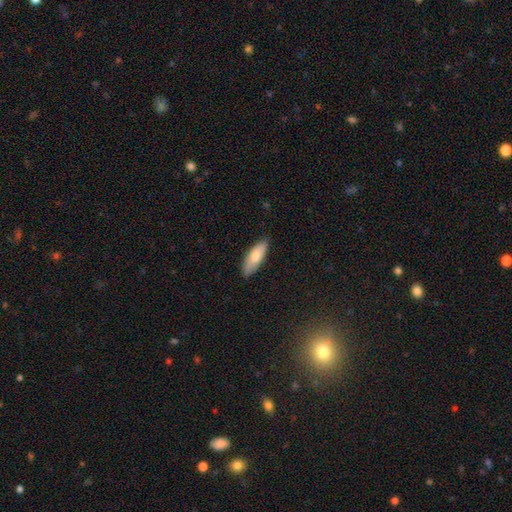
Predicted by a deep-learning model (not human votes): Smooth or featured?
  - smooth: 76% *
  - featured or disk: 18%
  - star or artifact: 6%
How rounded?
  - in between: 65% *
  - cigar-shaped: 33%
  - round: 2%
Merging?
  - none: 82% *
  - minor disturbance: 15%
  - major disturbance: 2%
  - merger: 1%